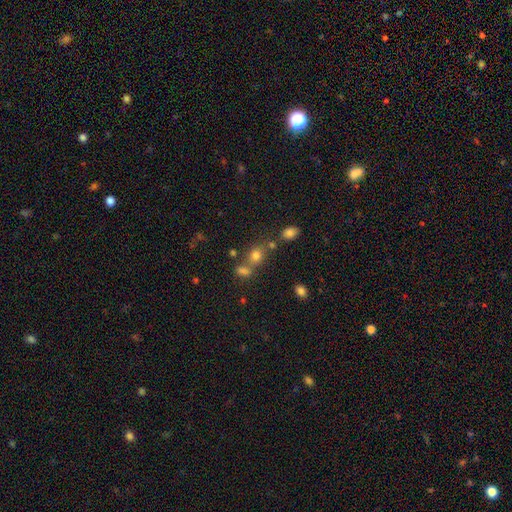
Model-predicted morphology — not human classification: Smooth or featured: smooth — 69% (star or artifact — 20%)
How rounded: round — 63% (in between — 35%)
Merging: none — 51% (merger — 34%)